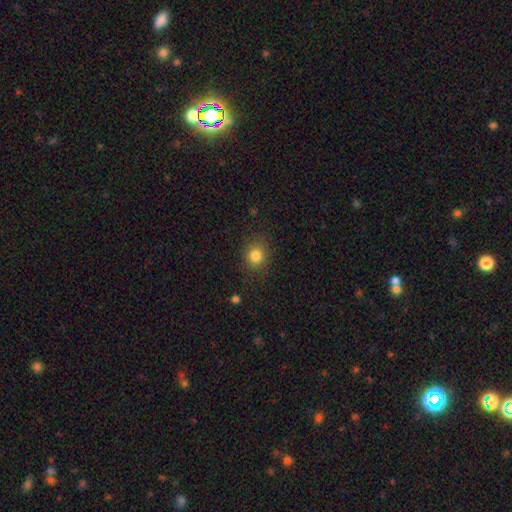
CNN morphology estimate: A smooth galaxy with no disk features (82%) that is round (80%). Merging: none (86%).